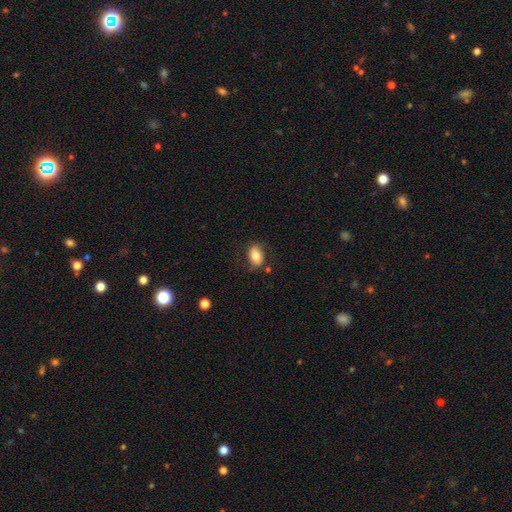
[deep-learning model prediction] This is likely a smooth galaxy (78%). How rounded: clearly in between (85%). Merging: likely none (77%).